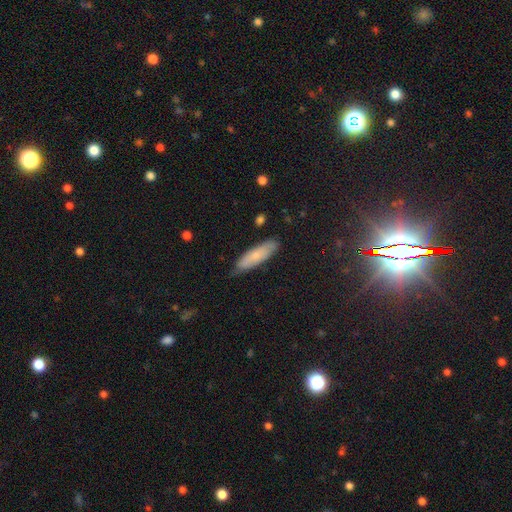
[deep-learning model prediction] smooth 70%, featured or disk 23%, star or artifact 7%. Down the decision tree: how rounded — cigar-shaped (58%); merging — none (74%).